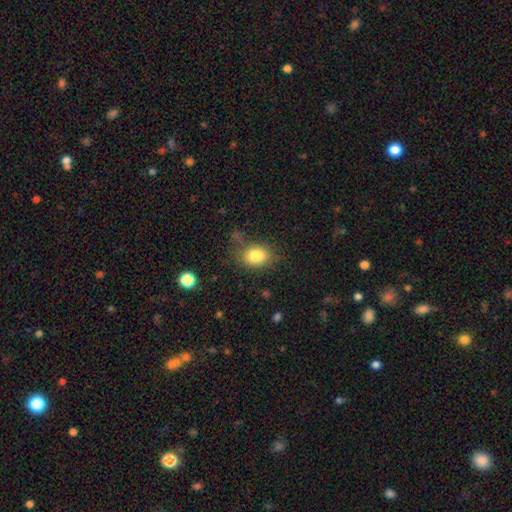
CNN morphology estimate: Smooth or featured? smooth (83%)
How rounded? in between (67%)
Merging? none (71%)